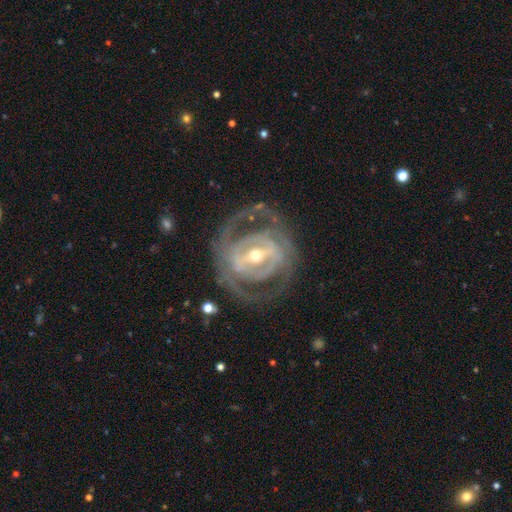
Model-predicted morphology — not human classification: featured or disk 87%, smooth 8%, star or artifact 5%. Down the decision tree: edge-on disk — no (95%); bar — strong (58%); spiral arms — yes (75%); spiral arm count — 2 (53%); spiral winding — tight (53%); bulge size — moderate (49%); merging — none (70%).